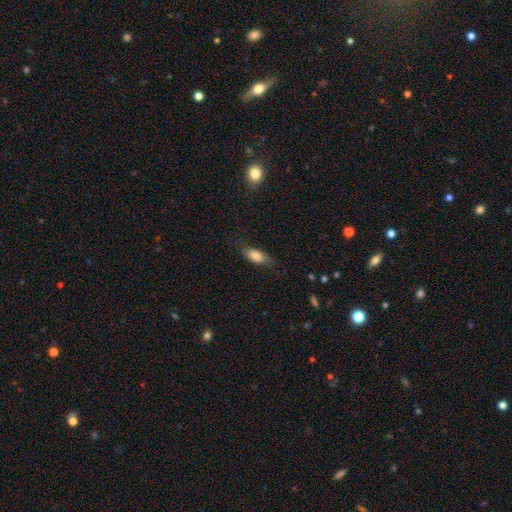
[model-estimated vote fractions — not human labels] The model was most divided on "merging": none: 69%, minor disturbance: 22%, major disturbance: 8%, merger: 1%. More confident: how rounded — in between (84%); smooth or featured — smooth (79%).